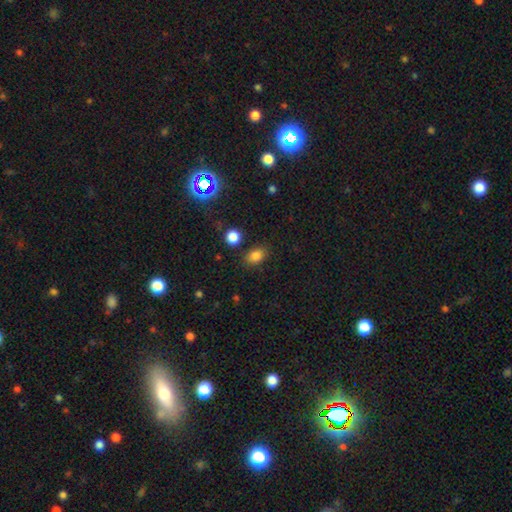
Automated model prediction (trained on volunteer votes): This is clearly a smooth galaxy (82%). How rounded: likely in between (72%). Merging: clearly none (80%).